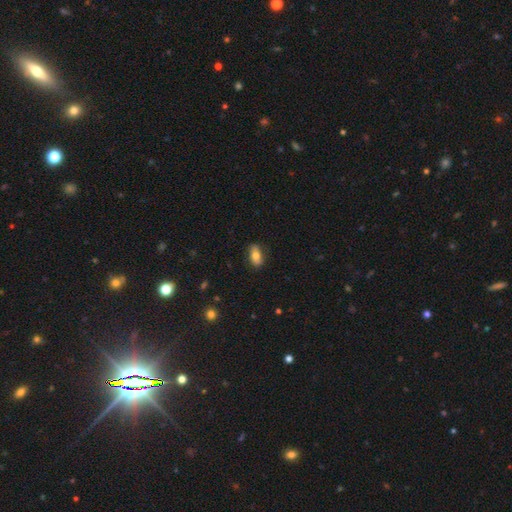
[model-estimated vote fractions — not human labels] smooth_or_featured: smooth (p=0.74) [alt: featured or disk p=0.18]
how_rounded: in between (p=0.88) [alt: round p=0.06]
merging: none (p=0.83) [alt: minor disturbance p=0.13]